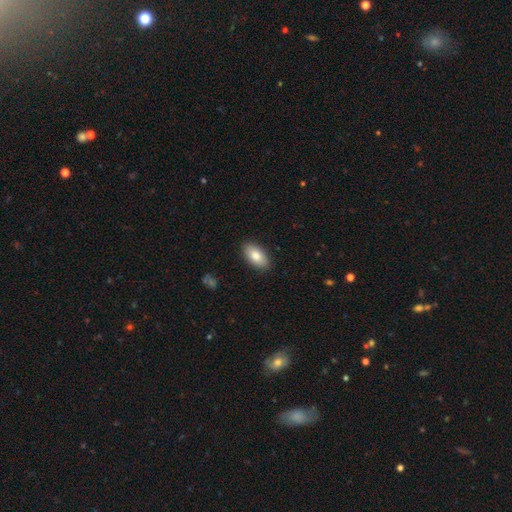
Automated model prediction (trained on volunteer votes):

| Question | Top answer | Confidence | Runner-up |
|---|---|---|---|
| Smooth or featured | smooth | 83% | featured or disk (10%) |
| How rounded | in between | 93% | cigar-shaped (4%) |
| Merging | none | 89% | minor disturbance (8%) |